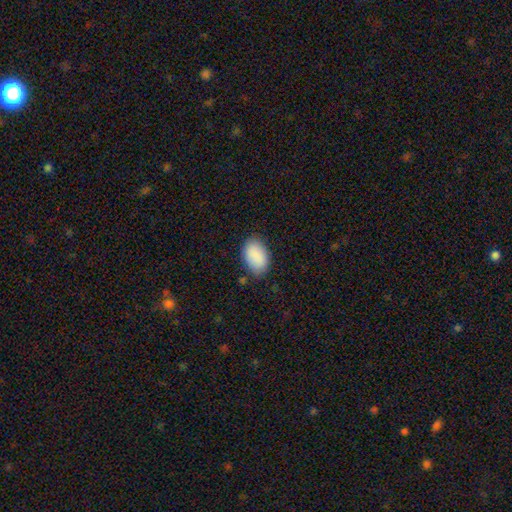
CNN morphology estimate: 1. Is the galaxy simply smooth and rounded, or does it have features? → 89% smooth, 7% star or artifact, 4% featured or disk.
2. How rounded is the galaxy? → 92% in between, 7% round, 1% cigar-shaped.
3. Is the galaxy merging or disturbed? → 80% none, 15% minor disturbance, 3% major disturbance, 2% merger.